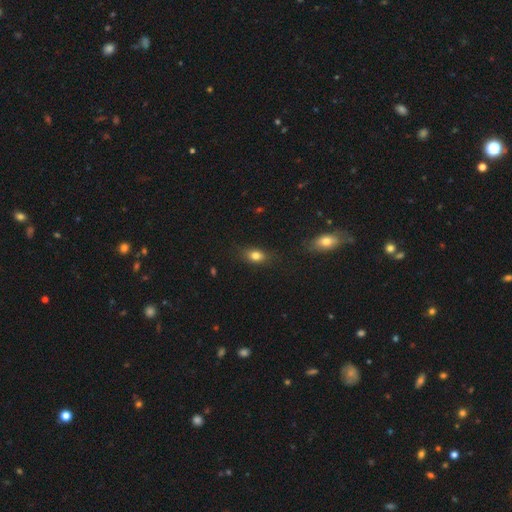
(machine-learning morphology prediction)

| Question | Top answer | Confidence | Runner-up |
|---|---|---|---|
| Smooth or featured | smooth | 80% | star or artifact (11%) |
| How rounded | in between | 76% | round (19%) |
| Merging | none | 79% | minor disturbance (15%) |